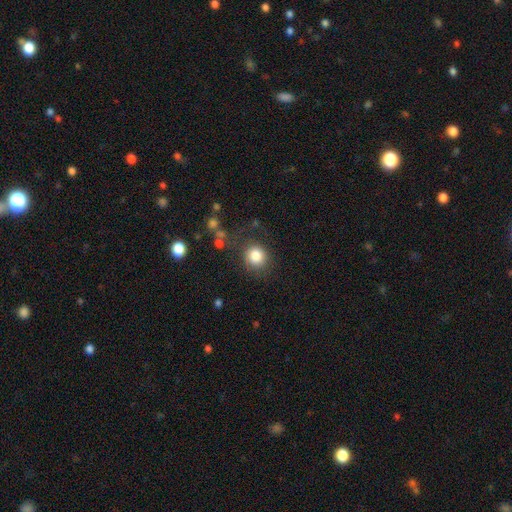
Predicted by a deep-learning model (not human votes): This is clearly a smooth galaxy (83%). How rounded: clearly round (85%). Merging: likely none (79%).